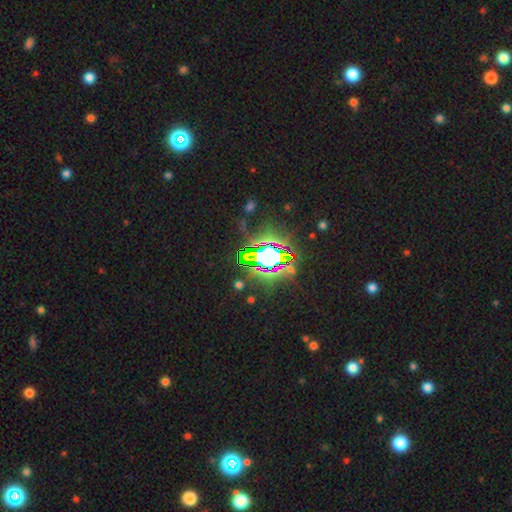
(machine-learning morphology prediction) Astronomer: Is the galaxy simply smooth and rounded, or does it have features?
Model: star or artifact — 82%.